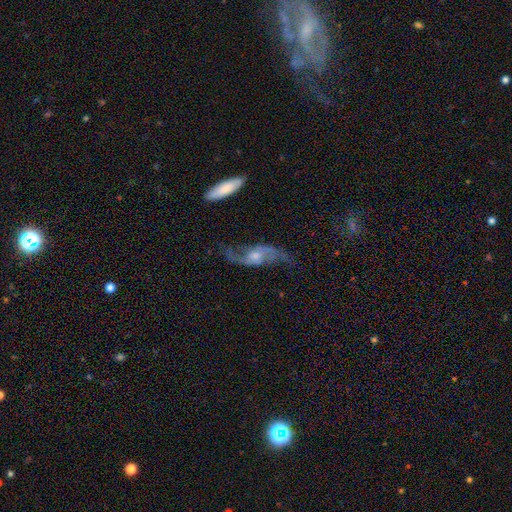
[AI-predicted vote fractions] Smooth or featured: featured or disk — 84% (smooth — 9%)
Edge-on disk: no — 88% (yes — 12%)
Bar: no — 56% (weak — 33%)
Spiral arms: yes — 94% (no — 6%)
Spiral winding: loose — 76% (medium — 19%)
Spiral arm count: 2 — 92% (can't tell — 3%)
Bulge size: moderate — 48% (small — 40%)
Merging: none — 66% (minor disturbance — 18%)